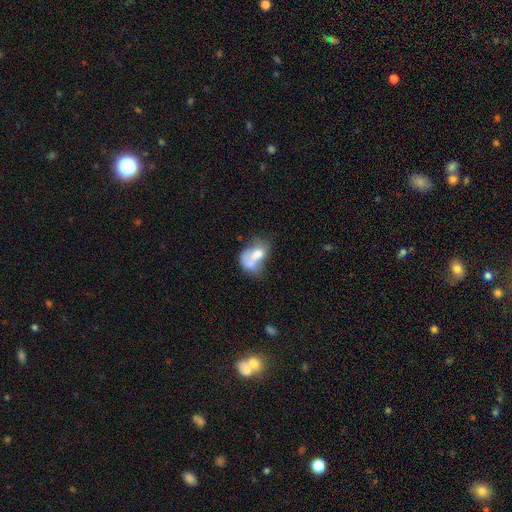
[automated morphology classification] Smooth or featured? Predicted: smooth (p=0.57). How rounded? Predicted: in between (p=0.75). Merging? Predicted: merger (p=0.58).